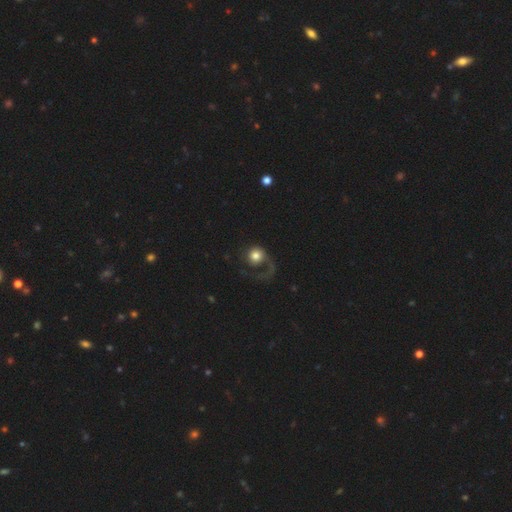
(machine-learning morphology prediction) This appears to be a smooth galaxy with no disk features (57%) that is round (86%). Merging: major disturbance (49%).